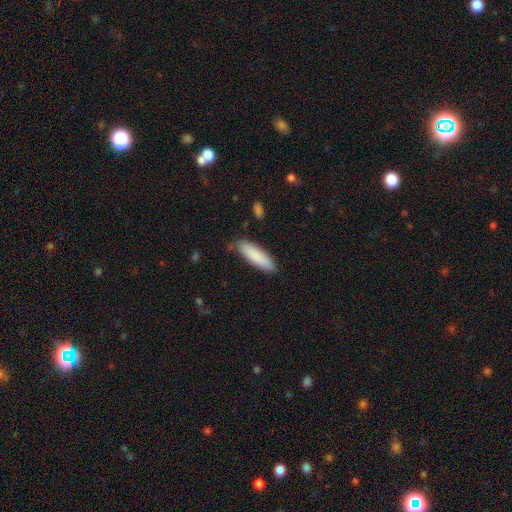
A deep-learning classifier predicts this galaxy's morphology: Smooth or featured? Predicted: smooth (p=0.87). How rounded? Predicted: cigar-shaped (p=0.59). Merging? Predicted: none (p=0.84).